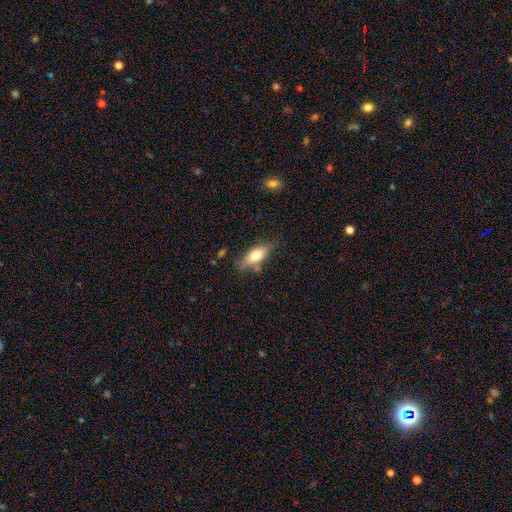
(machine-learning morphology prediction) Overall: smooth (68%). How rounded: in between (71%). Merging: none (68%).